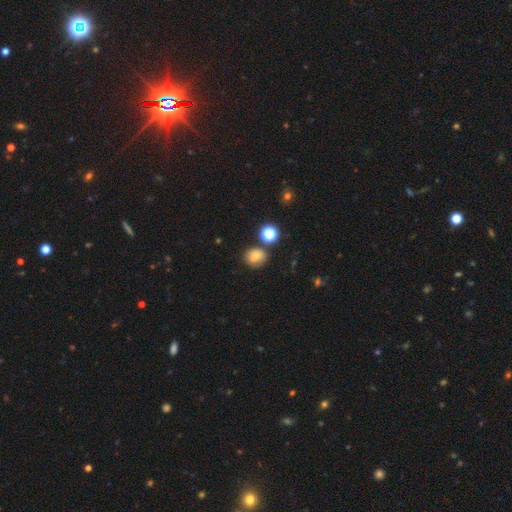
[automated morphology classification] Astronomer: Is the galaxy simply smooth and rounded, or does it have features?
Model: smooth — 69%.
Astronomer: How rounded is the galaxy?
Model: round — 71%.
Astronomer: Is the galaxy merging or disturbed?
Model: none — 68%.